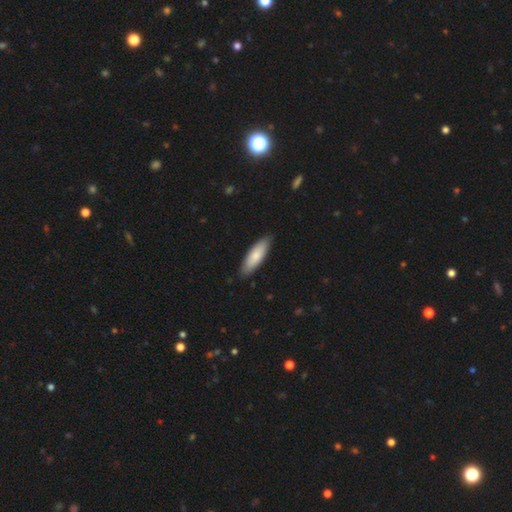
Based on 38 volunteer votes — A smooth galaxy with no disk features (79%) that is cigar-shaped (70%). Merging: none (83%).